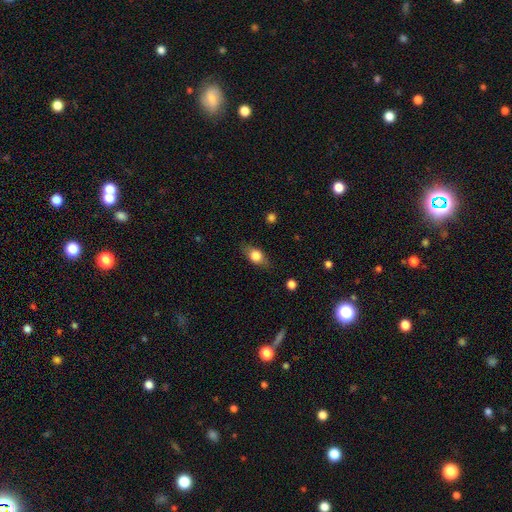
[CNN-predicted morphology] Q: Smooth or featured?
A: smooth (71%); runner-up: featured or disk (21%)
Q: How rounded?
A: in between (73%); runner-up: round (19%)
Q: Merging?
A: none (78%); runner-up: minor disturbance (16%)